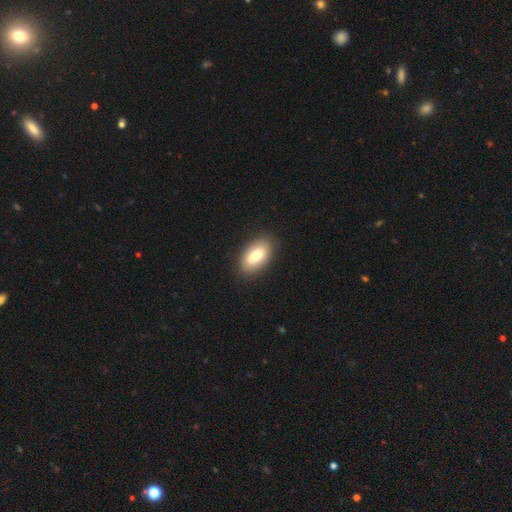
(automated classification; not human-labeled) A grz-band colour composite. It shows a smooth galaxy with no disk features (71%) that is in between round and cigar-shaped (91%). Merging: none (88%).